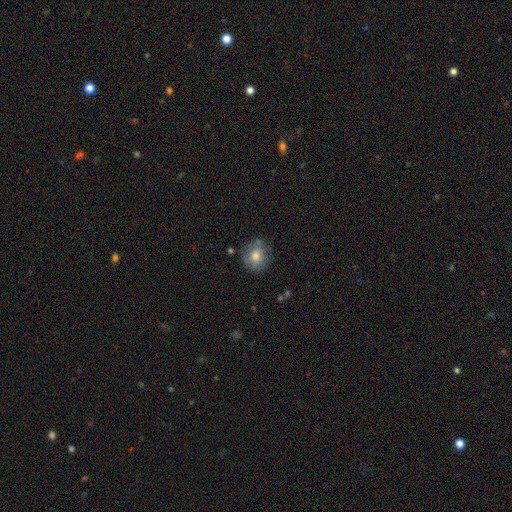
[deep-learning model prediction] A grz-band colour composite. It shows a smooth galaxy with no disk features (71%) that is round (82%). Merging: none (75%).